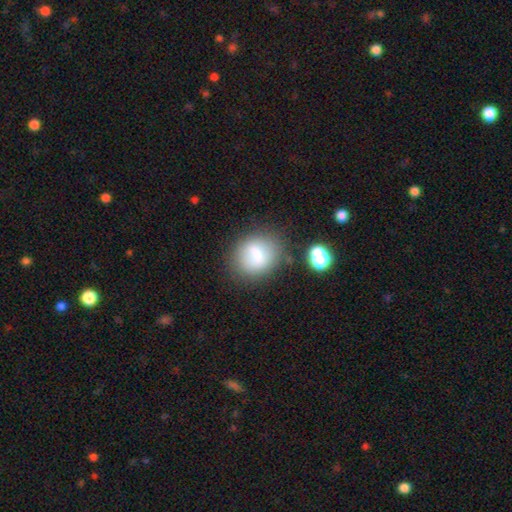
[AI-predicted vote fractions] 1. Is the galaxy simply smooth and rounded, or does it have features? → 68% smooth, 21% featured or disk, 12% star or artifact.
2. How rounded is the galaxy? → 58% round, 40% in between, 2% cigar-shaped.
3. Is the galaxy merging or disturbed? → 65% none, 17% minor disturbance, 10% merger, 8% major disturbance.